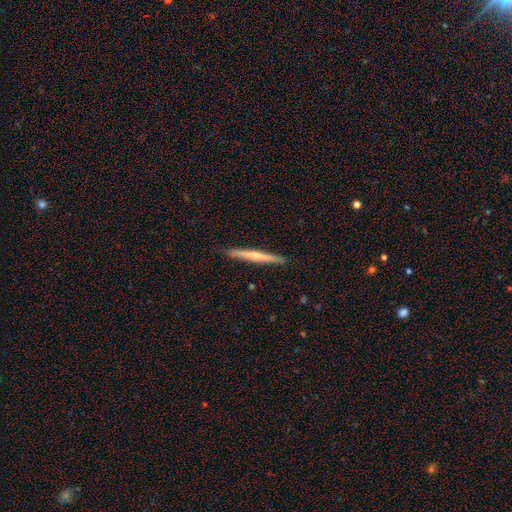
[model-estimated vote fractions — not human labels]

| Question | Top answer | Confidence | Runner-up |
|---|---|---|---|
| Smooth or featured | featured or disk | 52% | smooth (42%) |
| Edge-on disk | yes | 97% | no (3%) |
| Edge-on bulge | rounded | 52% | none (43%) |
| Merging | none | 91% | minor disturbance (7%) |